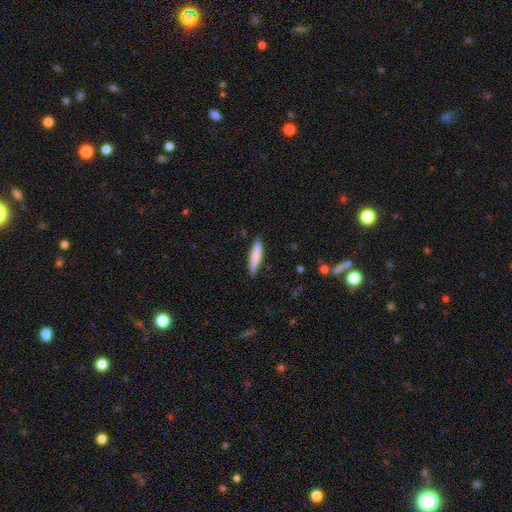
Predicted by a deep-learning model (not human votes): smooth_or_featured: smooth (p=0.79) [alt: featured or disk p=0.16]
how_rounded: cigar-shaped (p=0.87) [alt: in between p=0.12]
merging: none (p=0.86) [alt: minor disturbance p=0.11]